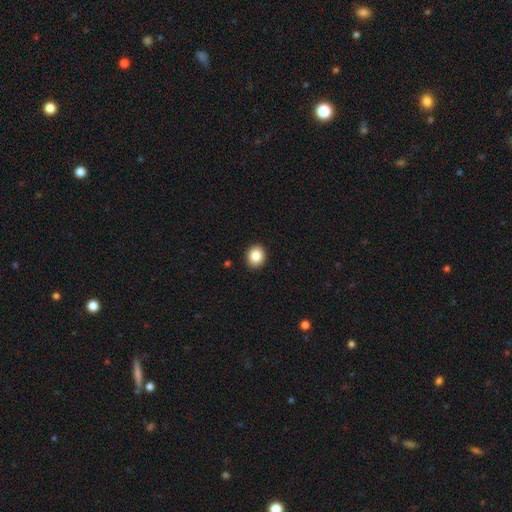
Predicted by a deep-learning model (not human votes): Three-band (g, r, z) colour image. It shows a smooth galaxy with no disk features (85%) that is round (70%). Merging: none (92%).